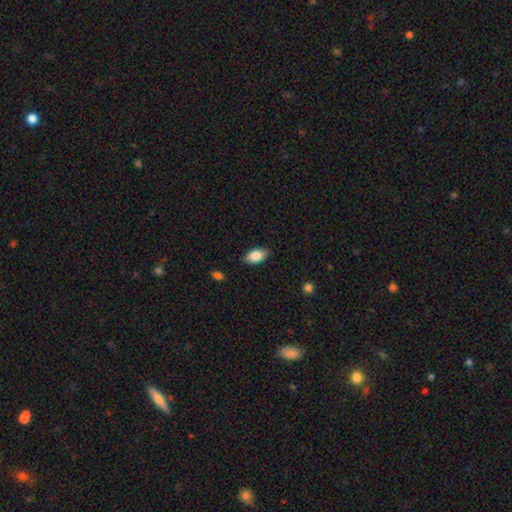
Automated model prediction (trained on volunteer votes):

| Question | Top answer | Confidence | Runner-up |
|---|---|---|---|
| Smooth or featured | smooth | 87% | featured or disk (7%) |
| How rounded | in between | 93% | round (4%) |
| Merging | none | 86% | minor disturbance (11%) |